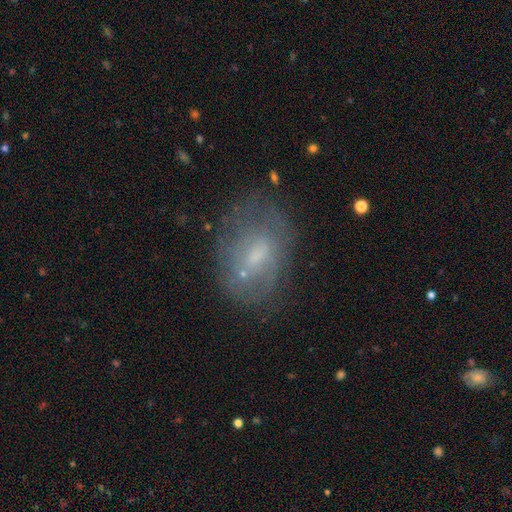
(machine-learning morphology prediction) featured or disk 49%, smooth 41%, star or artifact 10%. Down the decision tree: merging — none (61%).